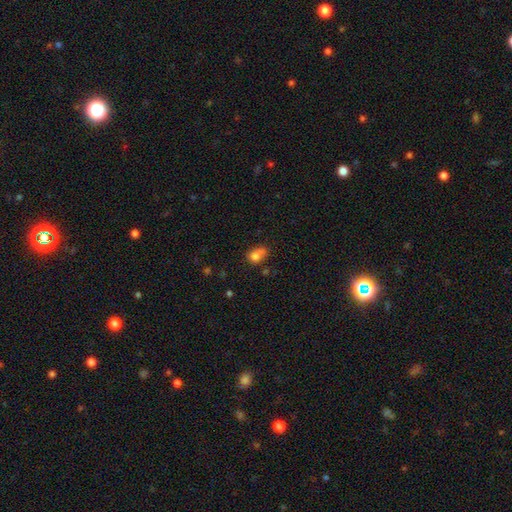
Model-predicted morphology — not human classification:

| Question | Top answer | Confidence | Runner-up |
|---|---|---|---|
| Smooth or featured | smooth | 75% | featured or disk (13%) |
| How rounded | in between | 64% | round (35%) |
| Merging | none | 36% | minor disturbance (28%) |